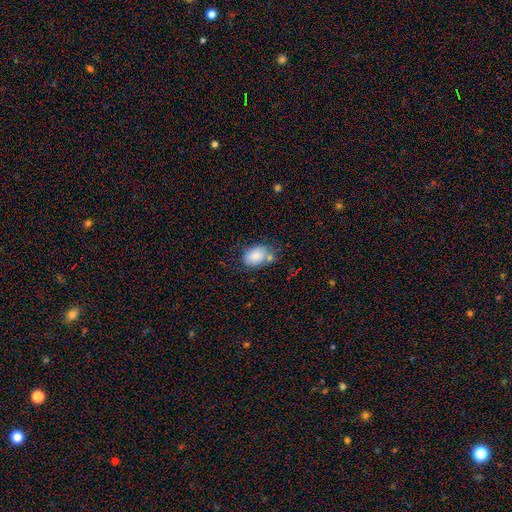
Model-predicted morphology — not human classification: A smooth galaxy with no disk features (83%) that is in between round and cigar-shaped (80%).

Vote fractions:
- Smooth or featured? smooth: 83% / featured or disk: 9% / star or artifact: 8%
- How rounded? in between: 80% / round: 19% / cigar-shaped: 1%
- Merging? none: 54% / minor disturbance: 25% / merger: 13% / major disturbance: 8%